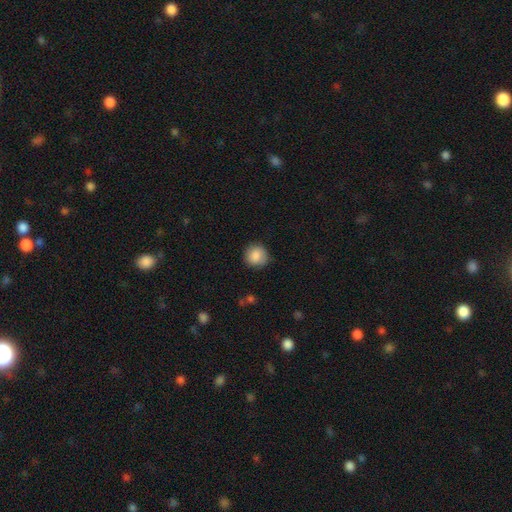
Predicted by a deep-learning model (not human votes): A smooth galaxy with no disk features (86%) that is round (91%).

Vote fractions:
- Smooth or featured? smooth: 86% / star or artifact: 8% / featured or disk: 6%
- How rounded? round: 91% / in between: 8% / cigar-shaped: 1%
- Merging? none: 84% / minor disturbance: 12% / major disturbance: 3% / merger: 1%